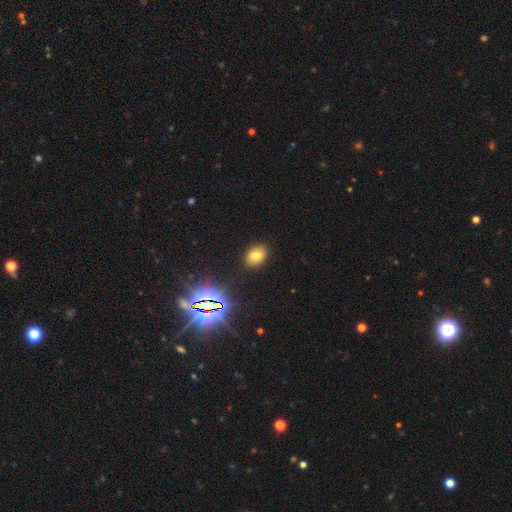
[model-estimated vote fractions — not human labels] Smooth or featured?
  - smooth: 71% *
  - star or artifact: 19%
  - featured or disk: 10%
How rounded?
  - in between: 67% *
  - round: 32%
  - cigar-shaped: 1%
Merging?
  - none: 88% *
  - minor disturbance: 8%
  - major disturbance: 2%
  - merger: 2%